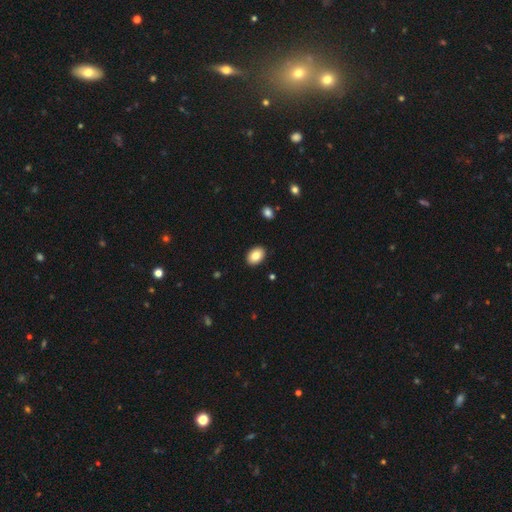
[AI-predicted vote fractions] Smooth or featured? Predicted: smooth (p=0.84). How rounded? Predicted: in between (p=0.82). Merging? Predicted: none (p=0.90).